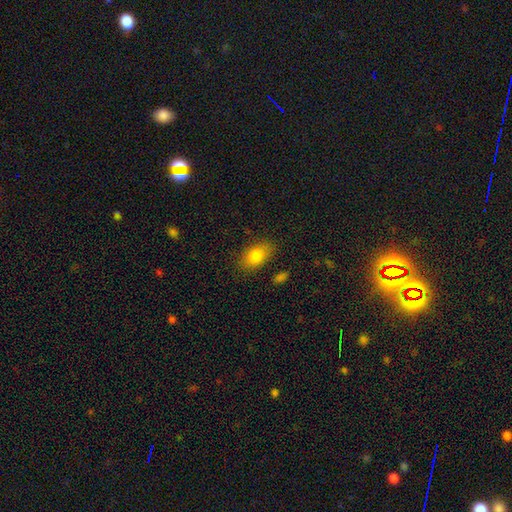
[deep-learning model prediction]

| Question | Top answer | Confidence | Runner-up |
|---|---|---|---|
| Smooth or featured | smooth | 82% | featured or disk (10%) |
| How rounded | in between | 89% | round (9%) |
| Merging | none | 81% | minor disturbance (13%) |